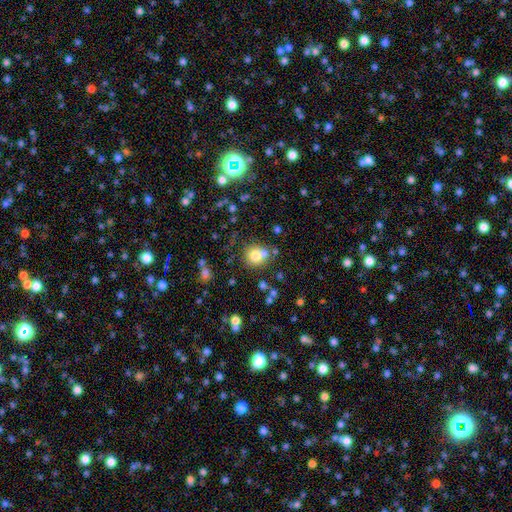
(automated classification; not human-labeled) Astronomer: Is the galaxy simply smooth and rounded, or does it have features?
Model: smooth — 75%.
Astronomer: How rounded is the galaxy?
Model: round — 85%.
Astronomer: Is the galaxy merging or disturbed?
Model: none — 58%.